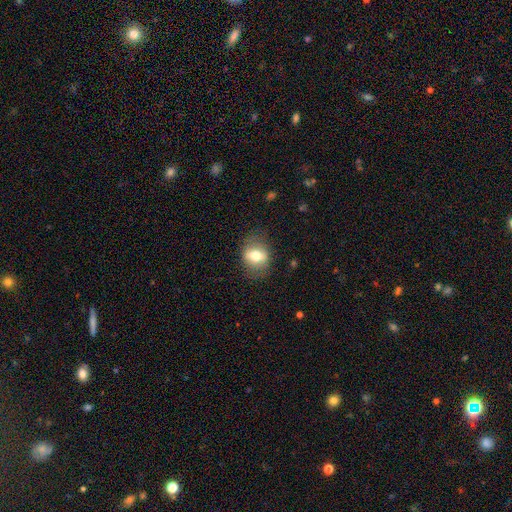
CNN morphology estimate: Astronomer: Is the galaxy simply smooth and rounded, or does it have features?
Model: smooth — 59%.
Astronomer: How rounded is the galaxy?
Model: in between — 53% (runner-up: round, 45%).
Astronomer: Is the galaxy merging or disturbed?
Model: none — 78%.